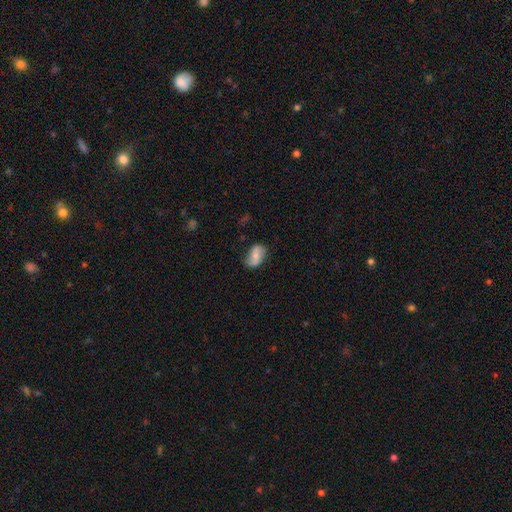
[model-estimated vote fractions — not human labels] Overall: smooth (60%; featured or disk 32%). How rounded: in between (89%). Merging: none (71%).